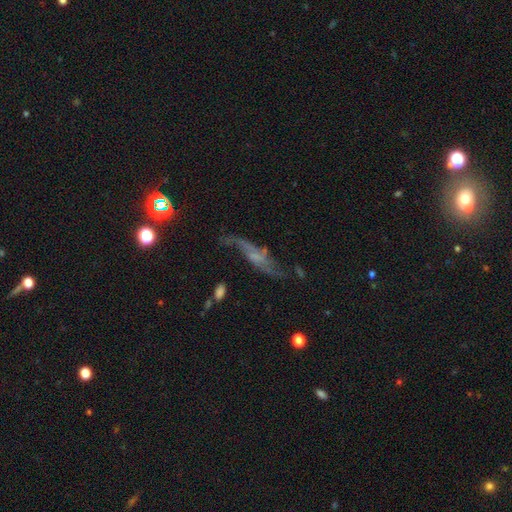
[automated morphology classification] This appears to be a featured or disk galaxy (68%) with no bar (57%), spiral arms (79%) and no central bulge (51%). Merging: none (49%).